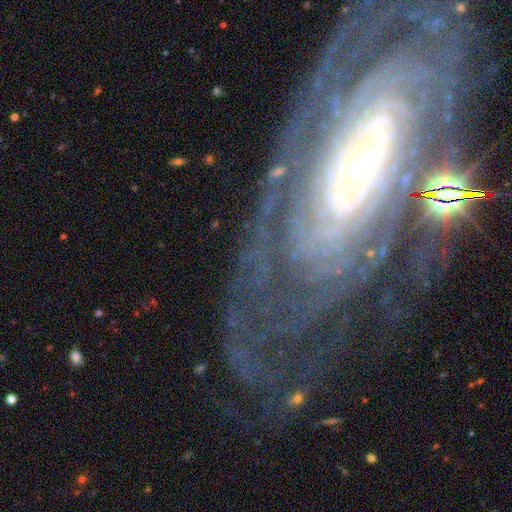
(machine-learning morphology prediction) Smooth or featured? featured or disk (87%)
Edge-on disk? no (92%)
Bar? no (54%)
Spiral arms? yes (94%)
Spiral winding? tight (75%)
Spiral arm count? can't tell (37%)
Bulge size? small (53%)
Merging? none (69%)